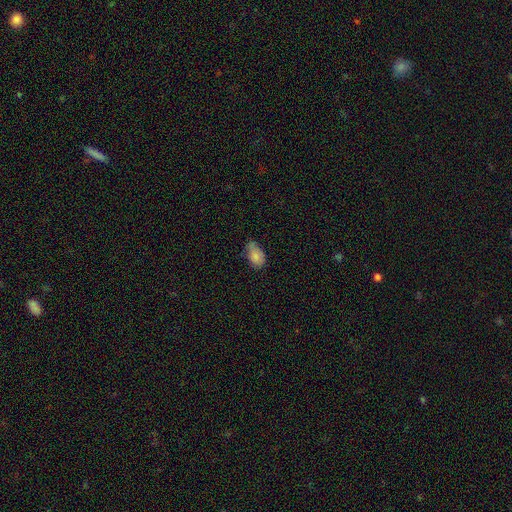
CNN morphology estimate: smooth-or-featured: smooth: 82% | featured or disk: 10% | star or artifact: 8%
  how-rounded: in between: 89% | round: 9% | cigar-shaped: 2%
  merging: none: 49% | minor disturbance: 39% | major disturbance: 9% | merger: 3%